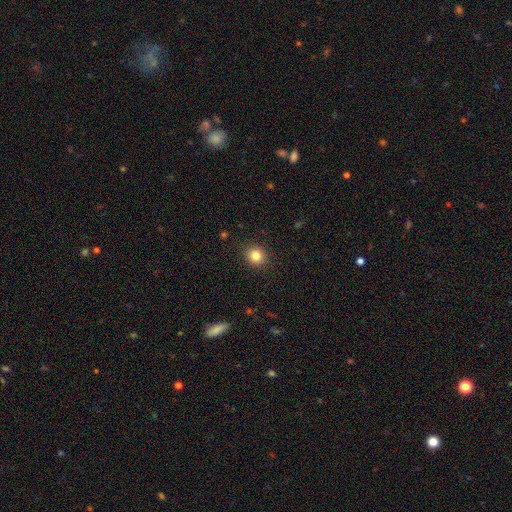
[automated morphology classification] A smooth galaxy with no disk features (84%) that is round (81%).

Vote fractions:
- Smooth or featured? smooth: 84% / star or artifact: 11% / featured or disk: 5%
- How rounded? round: 81% / in between: 18% / cigar-shaped: 1%
- Merging? none: 90% / minor disturbance: 7% / major disturbance: 2% / merger: 1%